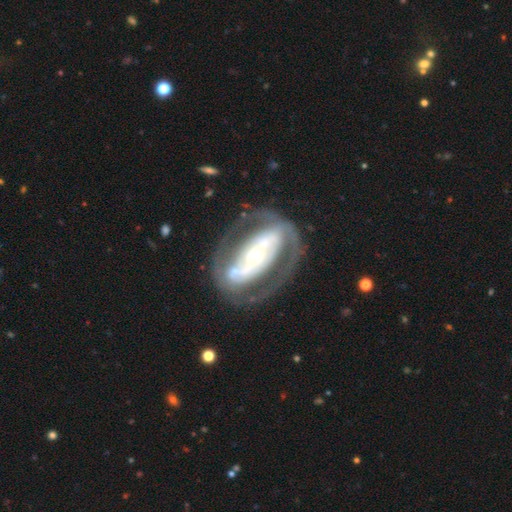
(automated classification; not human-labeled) Overall: featured or disk (84%). Edge-on disk: no (92%). Bar: strong (63%). Spiral arms: yes (70%; no 30%). Spiral arm count: 2 (80%). Spiral winding: tight (42%; medium 40%). Bulge size: small (45%, tied with moderate). Merging: none (69%).